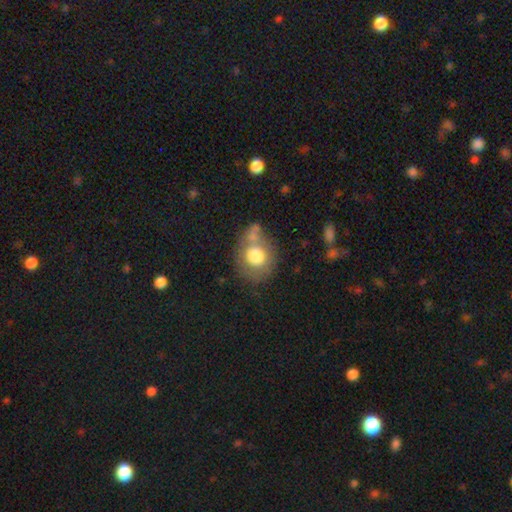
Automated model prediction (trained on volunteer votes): smooth 70%, featured or disk 22%, star or artifact 8%. Down the decision tree: how rounded — round (74%); merging — none (49%).